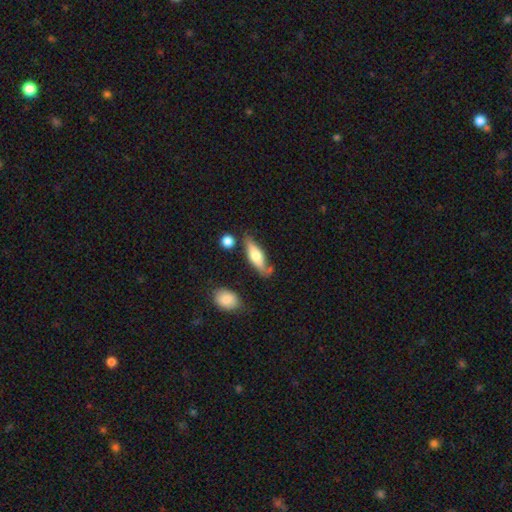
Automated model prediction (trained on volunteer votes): The model was most divided on "how rounded": cigar-shaped: 50%, in between: 48%, round: 3%. More confident: merging — none (66%); smooth or featured — smooth (54%).